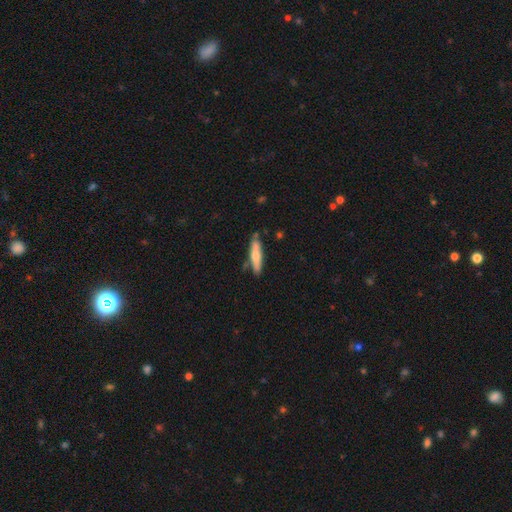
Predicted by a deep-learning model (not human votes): A smooth galaxy with no disk features (61%) that is cigar-shaped (77%). Merging: none (74%).